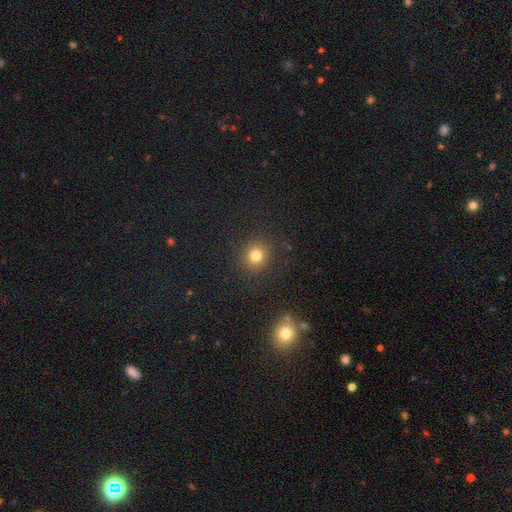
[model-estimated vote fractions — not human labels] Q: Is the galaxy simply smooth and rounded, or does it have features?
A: smooth — 78%.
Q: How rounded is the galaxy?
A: round — 87%.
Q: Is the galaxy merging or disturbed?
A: none — 89%.